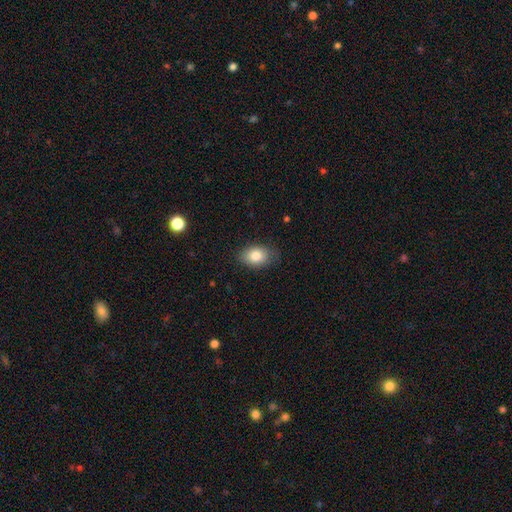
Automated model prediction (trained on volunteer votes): This is clearly a smooth galaxy (82%). How rounded: clearly in between (81%). Merging: clearly none (80%).